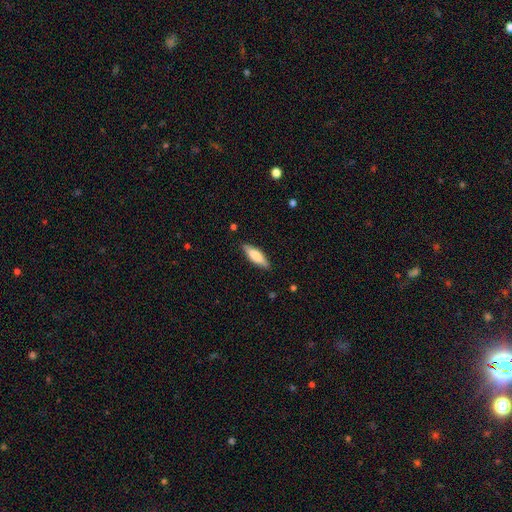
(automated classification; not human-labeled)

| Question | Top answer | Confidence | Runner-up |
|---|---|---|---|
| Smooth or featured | smooth | 73% | featured or disk (22%) |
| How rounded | cigar-shaped | 51% | in between (47%) |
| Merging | none | 86% | minor disturbance (10%) |